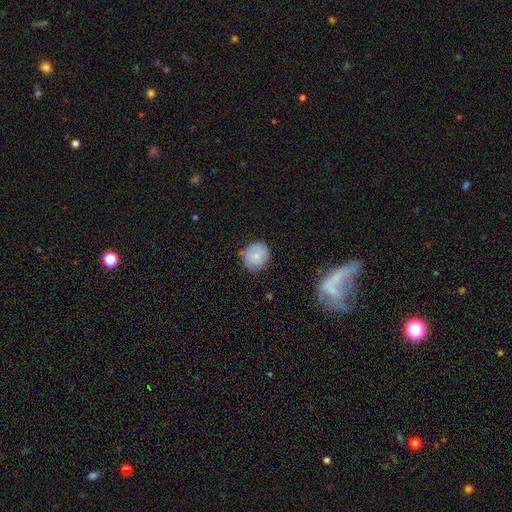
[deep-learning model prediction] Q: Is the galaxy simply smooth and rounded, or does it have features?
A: smooth — 70%.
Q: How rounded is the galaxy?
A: round — 73%.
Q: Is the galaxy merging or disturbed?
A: none — 74%.